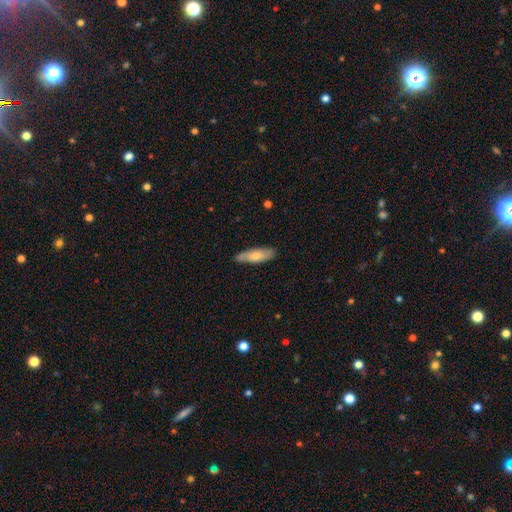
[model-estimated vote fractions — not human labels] A smooth galaxy with no disk features (69%) that is cigar-shaped (54%).

Vote fractions:
- Smooth or featured? smooth: 69% / featured or disk: 26% / star or artifact: 6%
- How rounded? cigar-shaped: 54% / in between: 45% / round: 2%
- Merging? none: 79% / minor disturbance: 17% / major disturbance: 3% / merger: 1%